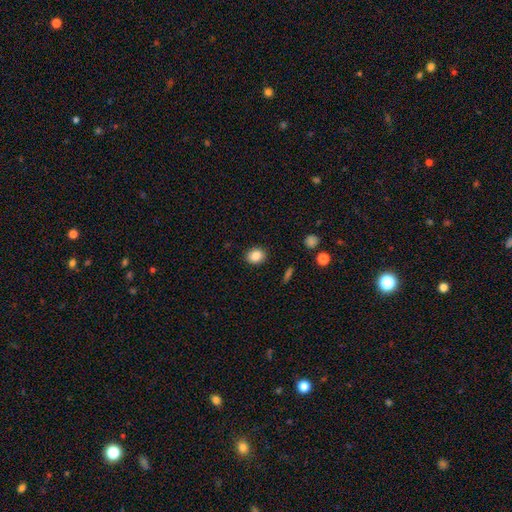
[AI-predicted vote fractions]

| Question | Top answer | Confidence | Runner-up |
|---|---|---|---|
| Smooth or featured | smooth | 85% | star or artifact (9%) |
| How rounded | round | 60% | in between (39%) |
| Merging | none | 90% | minor disturbance (7%) |